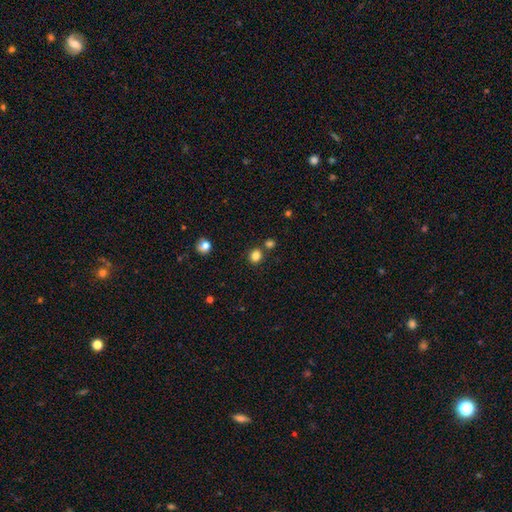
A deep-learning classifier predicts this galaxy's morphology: smooth 82%, star or artifact 13%, featured or disk 4%. Down the decision tree: how rounded — round (79%); merging — none (79%).